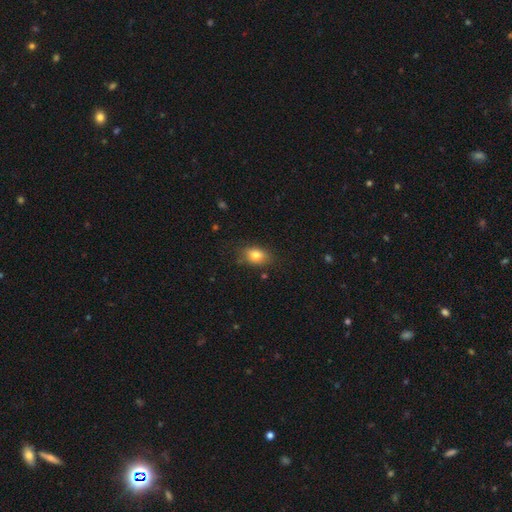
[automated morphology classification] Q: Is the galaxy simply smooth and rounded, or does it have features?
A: smooth — 79%.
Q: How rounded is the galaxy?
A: in between — 80%.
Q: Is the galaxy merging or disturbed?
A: none — 76%.